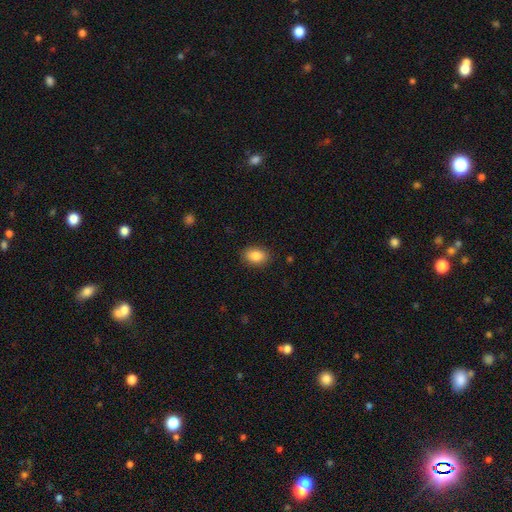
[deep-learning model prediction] Morphology: type=smooth (86%); roundness=in between (81%); merging=none (87%).